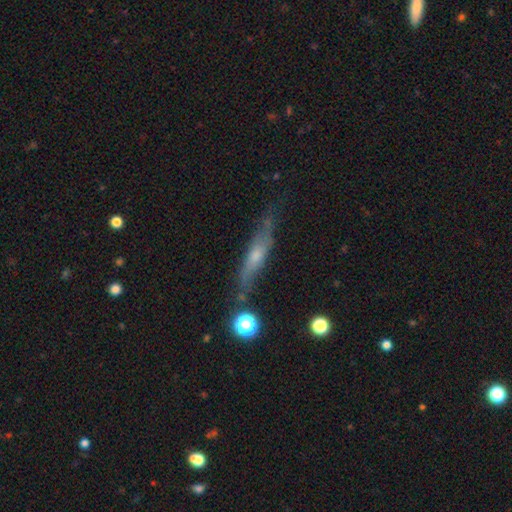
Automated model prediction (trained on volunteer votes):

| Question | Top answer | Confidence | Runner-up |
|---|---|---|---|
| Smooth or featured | featured or disk | 54% | smooth (36%) |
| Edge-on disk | yes | 75% | no (25%) |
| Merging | none | 66% | minor disturbance (22%) |